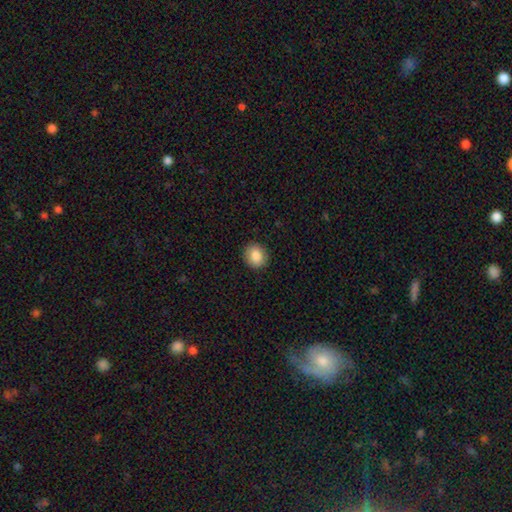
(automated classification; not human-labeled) Smooth or featured? smooth (87%)
How rounded? round (75%)
Merging? none (90%)